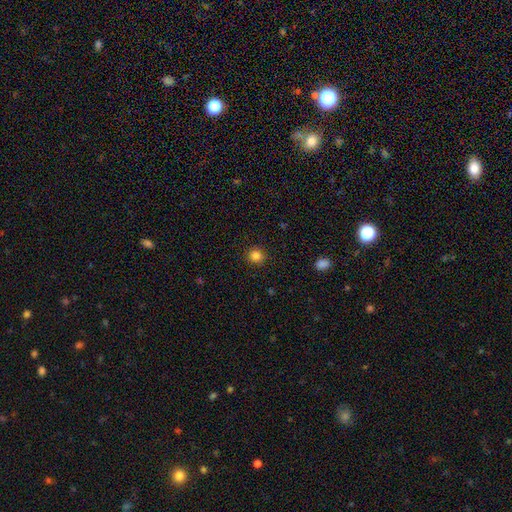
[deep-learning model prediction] Smooth or featured? Predicted: smooth (p=0.84). How rounded? Predicted: round (p=0.90). Merging? Predicted: none (p=0.92).